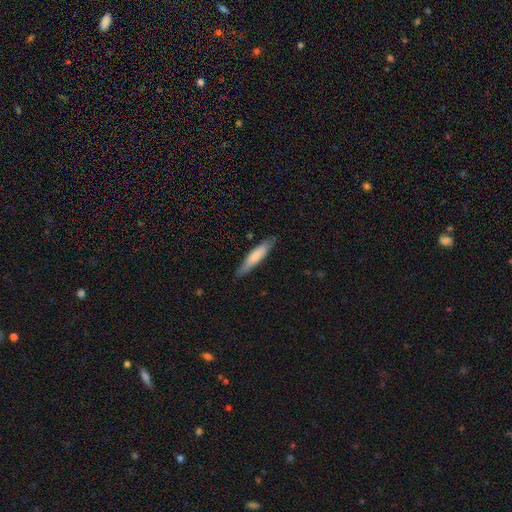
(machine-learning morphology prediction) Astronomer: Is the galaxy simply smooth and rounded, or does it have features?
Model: smooth — 74%.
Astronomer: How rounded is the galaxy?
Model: cigar-shaped — 86%.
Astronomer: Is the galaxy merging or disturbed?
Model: none — 86%.